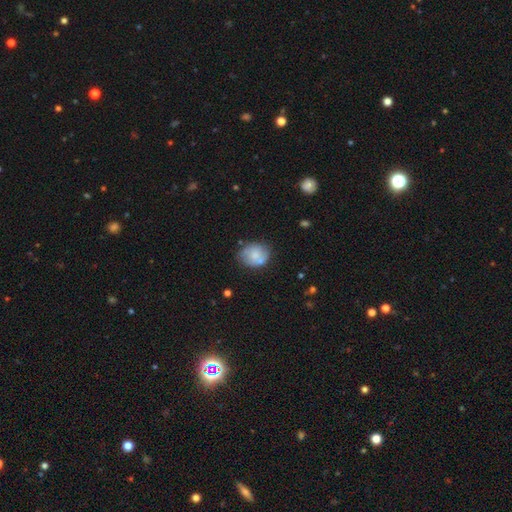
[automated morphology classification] A smooth galaxy with no disk features (64%) that is round (58%). Merging: none (59%).